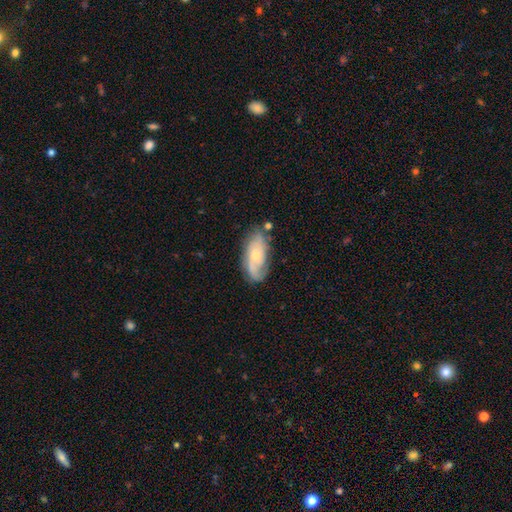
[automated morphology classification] Smooth or featured? featured or disk (65%)
Edge-on disk? no (92%)
Bar? no (70%)
Spiral arms? yes (89%)
Spiral winding? tight (40%)
Spiral arm count? 2 (44%)
Bulge size? small (60%)
Merging? none (66%)